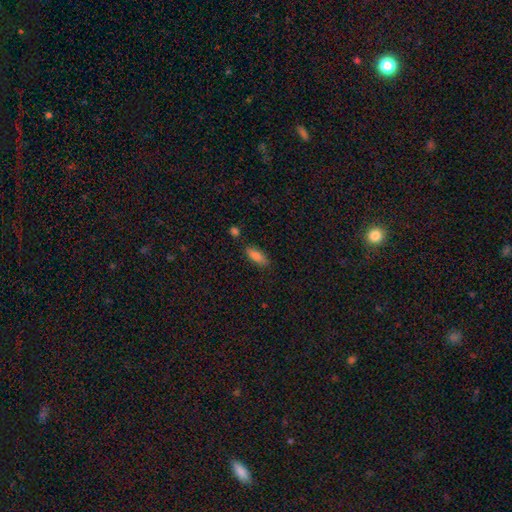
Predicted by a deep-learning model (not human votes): smooth_or_featured: smooth (p=0.84) [alt: featured or disk p=0.08]
how_rounded: in between (p=0.68) [alt: cigar-shaped p=0.30]
merging: none (p=0.81) [alt: minor disturbance p=0.12]